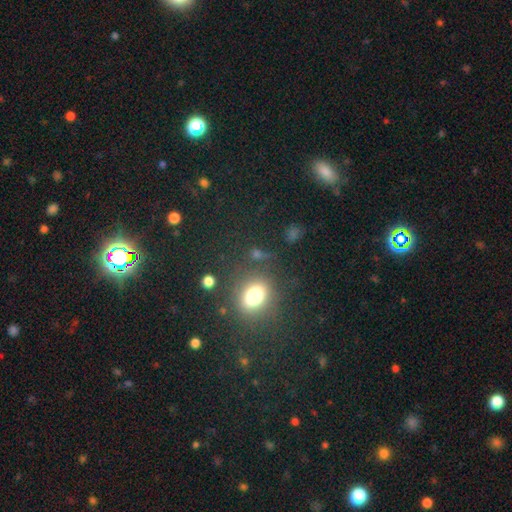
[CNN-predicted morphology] A smooth galaxy with no disk features (69%) that is in between round and cigar-shaped (62%). Merging: none (82%).